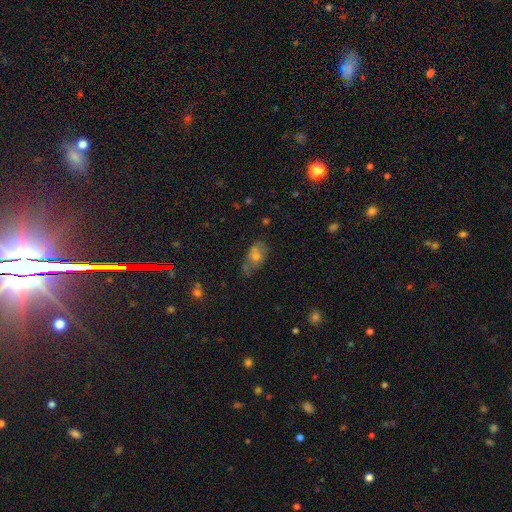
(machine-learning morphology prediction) smooth-or-featured: smooth: 58% | featured or disk: 27% | star or artifact: 16%
  how-rounded: in between: 80% | round: 16% | cigar-shaped: 4%
  merging: none: 53% | minor disturbance: 29% | major disturbance: 11% | merger: 7%